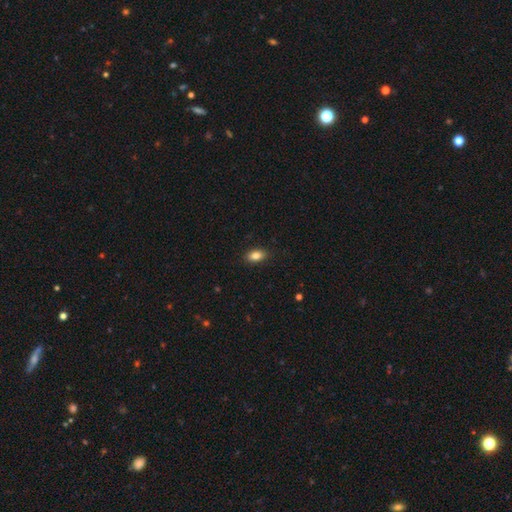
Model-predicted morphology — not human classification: Smooth or featured: smooth — 84% (star or artifact — 9%)
How rounded: in between — 89% (round — 8%)
Merging: none — 88% (minor disturbance — 9%)